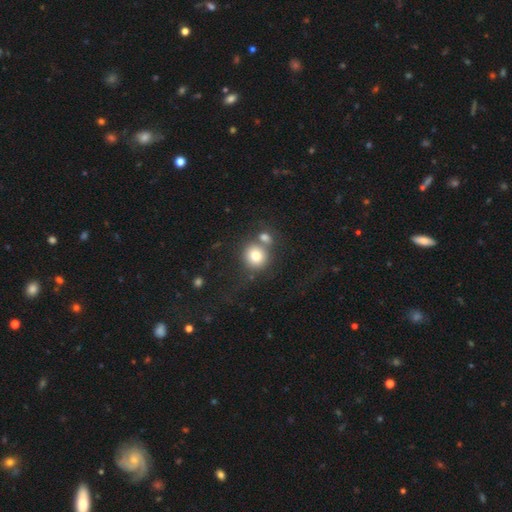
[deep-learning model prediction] A smooth galaxy with no disk features (78%) that is round (87%).

Vote fractions:
- Smooth or featured? smooth: 78% / featured or disk: 12% / star or artifact: 10%
- How rounded? round: 87% / in between: 12% / cigar-shaped: 1%
- Merging? none: 55% / merger: 30% / minor disturbance: 10% / major disturbance: 5%